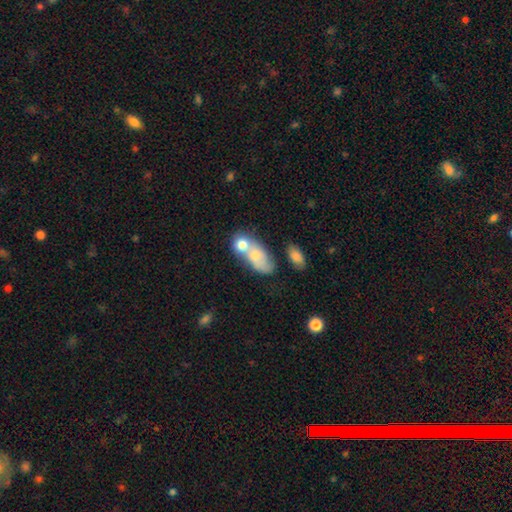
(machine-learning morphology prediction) A smooth galaxy with no disk features (66%) that is in between round and cigar-shaped (71%).

Vote fractions:
- Smooth or featured? smooth: 66% / featured or disk: 25% / star or artifact: 9%
- How rounded? in between: 71% / round: 23% / cigar-shaped: 6%
- Merging? merger: 62% / none: 21% / minor disturbance: 10% / major disturbance: 7%